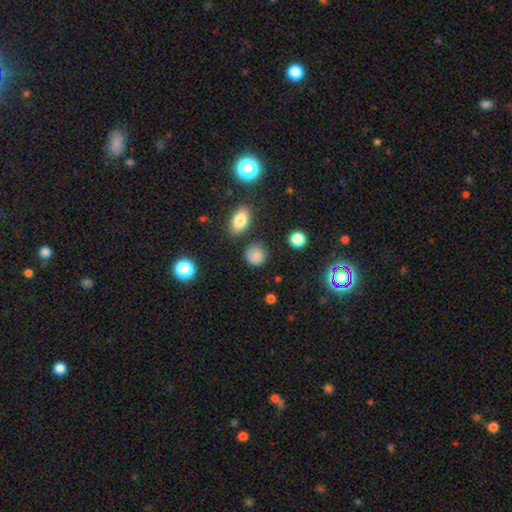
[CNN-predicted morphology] A smooth galaxy with no disk features (82%) that is round (85%).

Vote fractions:
- Smooth or featured? smooth: 82% / star or artifact: 12% / featured or disk: 6%
- How rounded? round: 85% / in between: 14% / cigar-shaped: 1%
- Merging? none: 79% / minor disturbance: 14% / major disturbance: 4% / merger: 3%